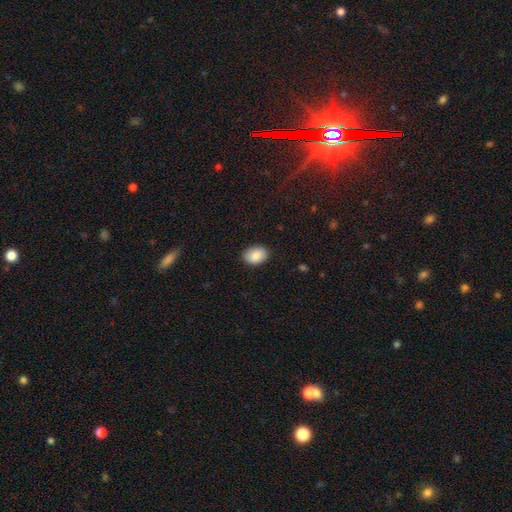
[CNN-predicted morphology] Overall: smooth (88%). How rounded: in between (82%). Merging: none (88%).